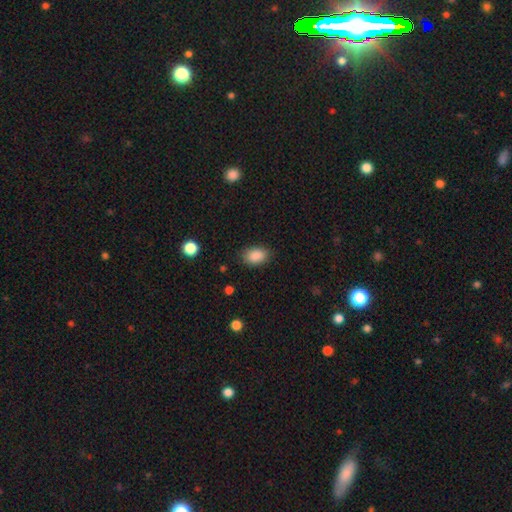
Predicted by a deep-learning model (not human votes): A smooth galaxy with no disk features (88%) that is in between round and cigar-shaped (87%).

Vote fractions:
- Smooth or featured? smooth: 88% / star or artifact: 8% / featured or disk: 4%
- How rounded? in between: 87% / round: 12% / cigar-shaped: 1%
- Merging? none: 84% / minor disturbance: 12% / major disturbance: 3% / merger: 1%